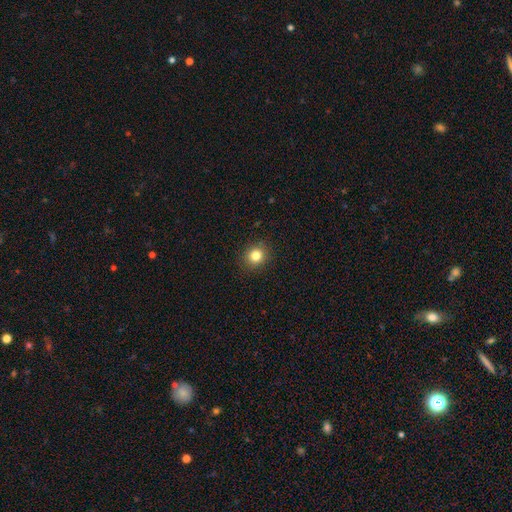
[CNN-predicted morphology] Overall: smooth (82%). How rounded: round (85%). Merging: none (91%).